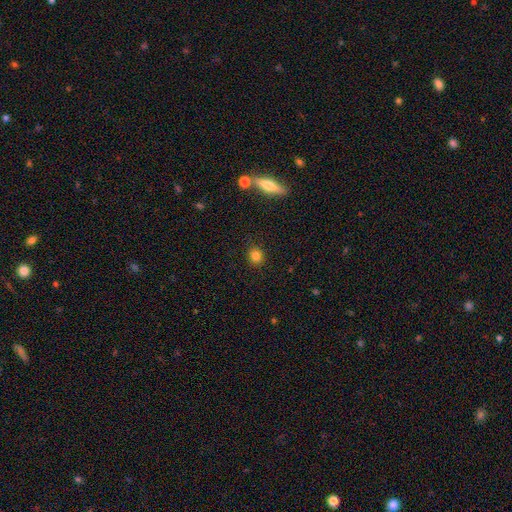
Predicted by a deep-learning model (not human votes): This is clearly a smooth galaxy (82%). How rounded: likely round (79%). Merging: clearly none (89%).